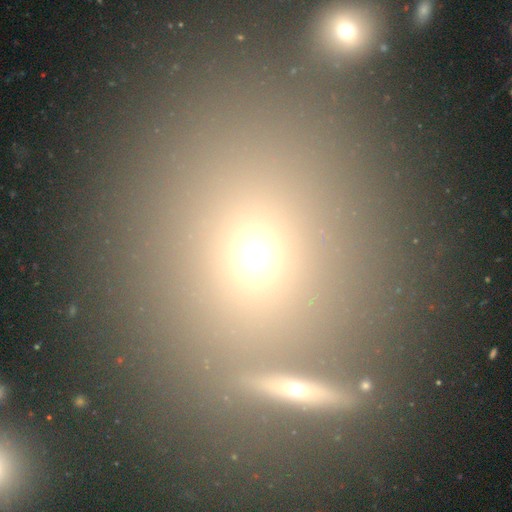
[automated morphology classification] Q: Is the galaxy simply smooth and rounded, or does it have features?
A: smooth — 68%.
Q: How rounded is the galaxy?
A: round — 62%.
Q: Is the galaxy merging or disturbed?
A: none — 60%.